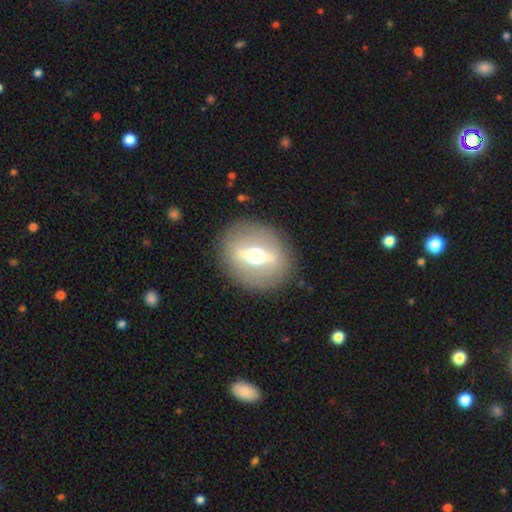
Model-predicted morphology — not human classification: smooth-or-featured: featured or disk: 68% | smooth: 25% | star or artifact: 7%
  disk-edge-on: no: 56% | yes: 44%
  merging: none: 87% | minor disturbance: 8% | major disturbance: 4% | merger: 1%